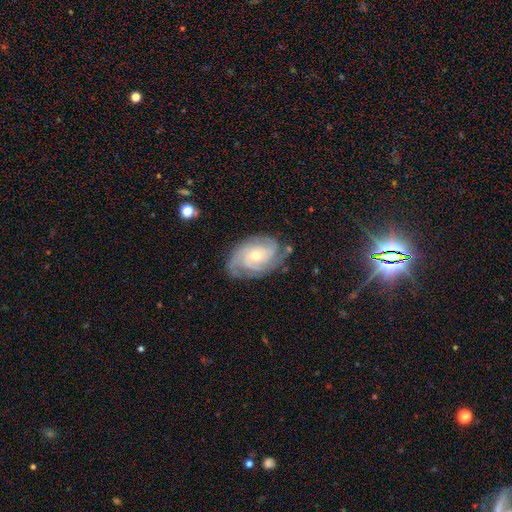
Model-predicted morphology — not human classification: The model was most divided on "bulge size": small: 52%, moderate: 45%, large: 2%, none: 1%, dominant: 1%. Remaining: spiral arms — yes (97%); edge-on disk — no (97%); smooth or featured — featured or disk (87%); merging — none (76%); bar — no (71%); spiral winding — tight (65%); spiral arm count — 3 (37%).